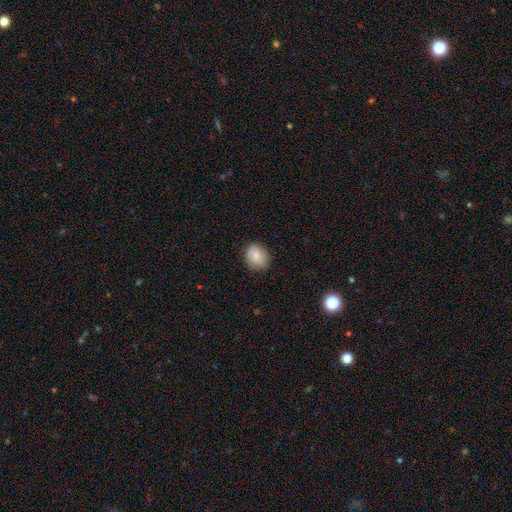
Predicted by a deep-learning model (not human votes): smooth_or_featured: smooth (p=0.83) [alt: featured or disk p=0.09]
how_rounded: round (p=0.70) [alt: in between p=0.29]
merging: none (p=0.83) [alt: minor disturbance p=0.14]